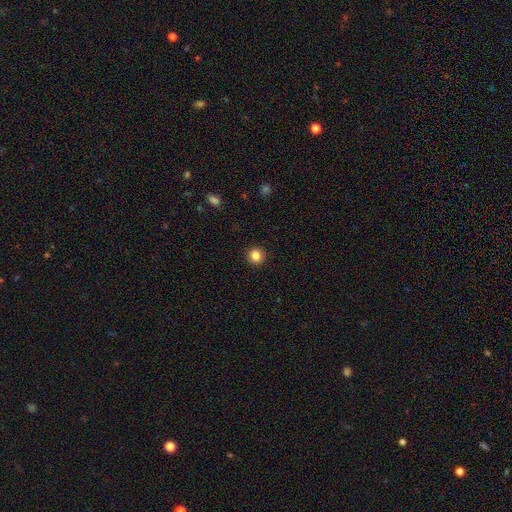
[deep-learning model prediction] smooth-or-featured: smooth: 85% | star or artifact: 11% | featured or disk: 4%
  how-rounded: round: 95% | in between: 4% | cigar-shaped: 1%
  merging: none: 93% | minor disturbance: 4% | major disturbance: 2% | merger: 1%